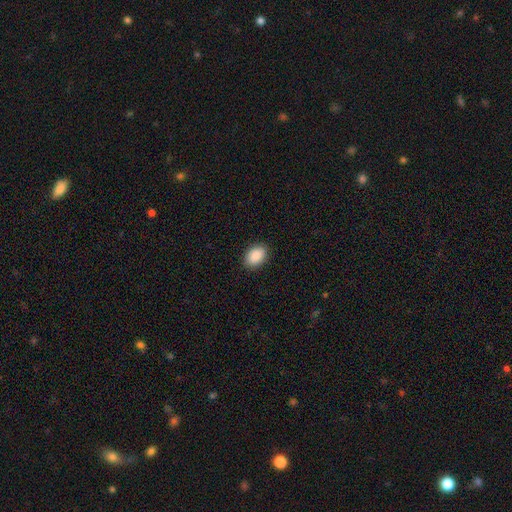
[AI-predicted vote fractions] Smooth or featured: smooth — 89% (star or artifact — 7%)
How rounded: in between — 84% (round — 15%)
Merging: none — 89% (minor disturbance — 8%)